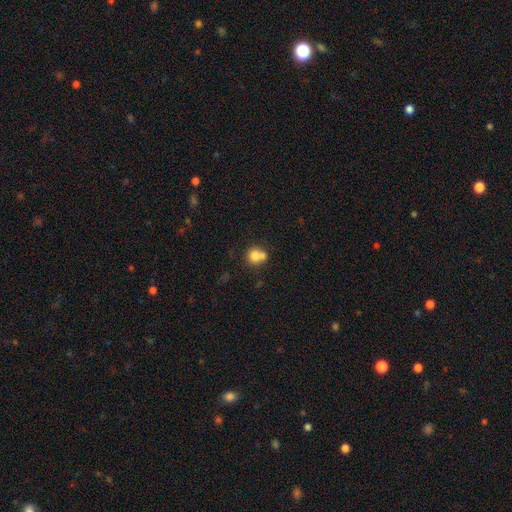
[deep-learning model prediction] Smooth or featured?
  - smooth: 76% *
  - featured or disk: 14%
  - star or artifact: 10%
How rounded?
  - round: 83% *
  - in between: 16%
  - cigar-shaped: 1%
Merging?
  - merger: 46% *
  - none: 41%
  - minor disturbance: 9%
  - major disturbance: 4%